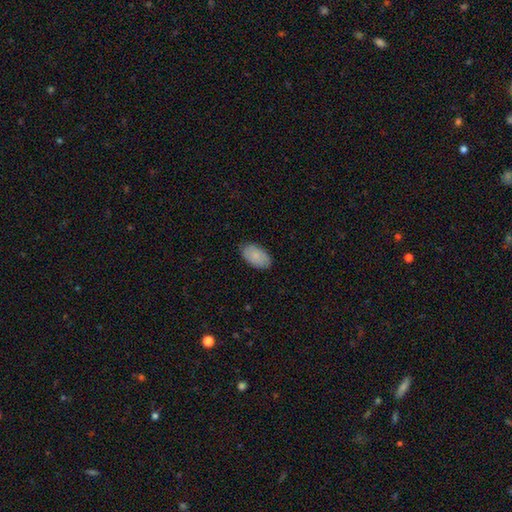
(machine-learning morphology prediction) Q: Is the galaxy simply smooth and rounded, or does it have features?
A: smooth — 84%.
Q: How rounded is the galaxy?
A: in between — 95%.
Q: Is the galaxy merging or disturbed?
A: none — 85%.